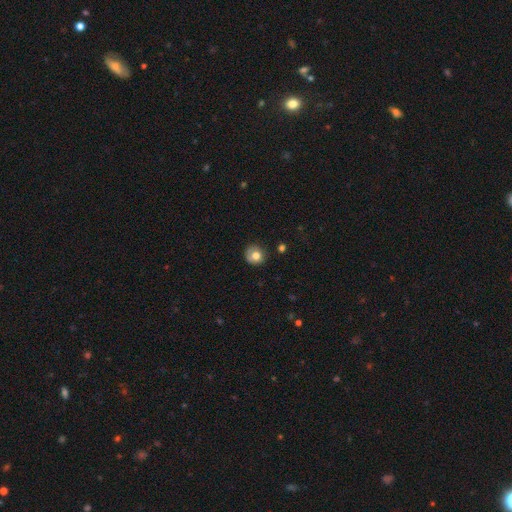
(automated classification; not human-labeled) smooth_or_featured: smooth (p=0.72) [alt: featured or disk p=0.18]
how_rounded: round (p=0.87) [alt: in between p=0.12]
merging: none (p=0.75) [alt: minor disturbance p=0.18]